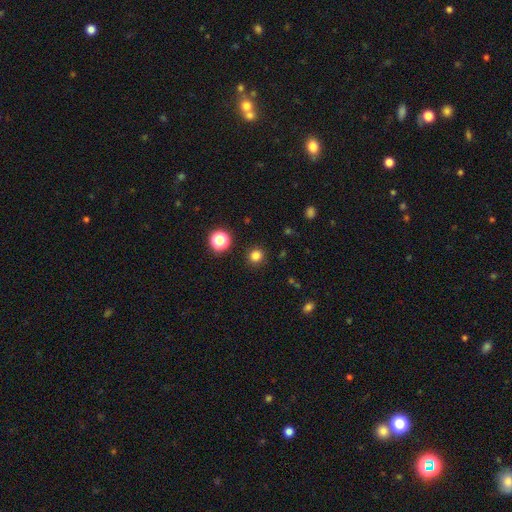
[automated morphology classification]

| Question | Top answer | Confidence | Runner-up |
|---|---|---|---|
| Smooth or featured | smooth | 81% | star or artifact (15%) |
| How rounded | round | 90% | in between (9%) |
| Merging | none | 91% | minor disturbance (6%) |